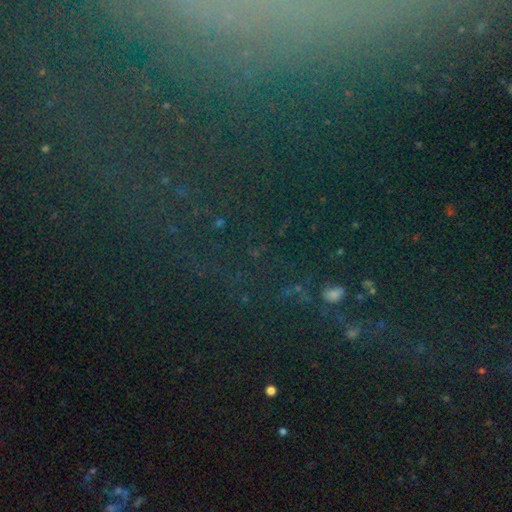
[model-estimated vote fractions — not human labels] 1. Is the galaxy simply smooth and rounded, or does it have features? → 78% star or artifact, 13% smooth, 9% featured or disk.